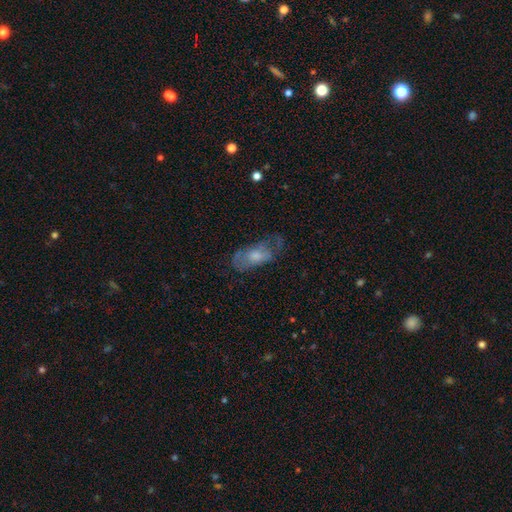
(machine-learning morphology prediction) This appears to be a smooth galaxy with no disk features (48%). Merging: none (43%).